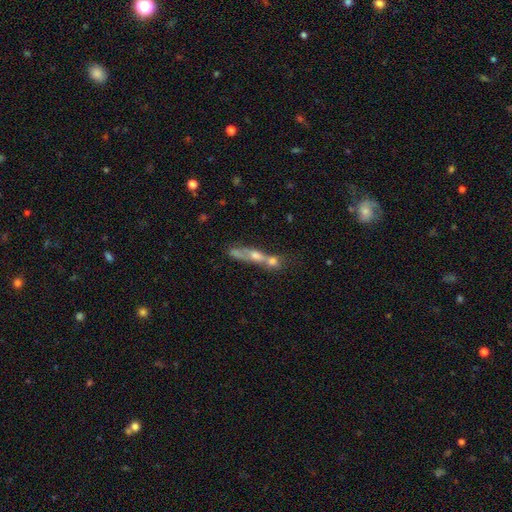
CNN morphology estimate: Q: Smooth or featured?
A: featured or disk (43%); tied with: smooth (43%)
Q: Merging?
A: merger (60%); runner-up: none (23%)